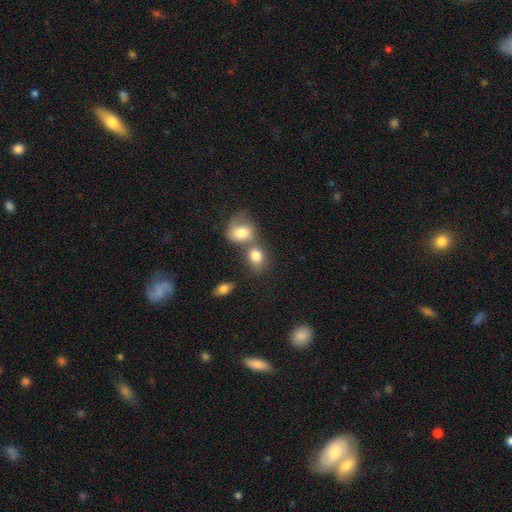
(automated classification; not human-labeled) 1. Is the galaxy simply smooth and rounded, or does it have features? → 80% smooth, 11% featured or disk, 9% star or artifact.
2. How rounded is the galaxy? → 50% in between, 49% round, 1% cigar-shaped.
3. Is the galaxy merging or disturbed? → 50% merger, 34% none, 10% minor disturbance, 6% major disturbance.